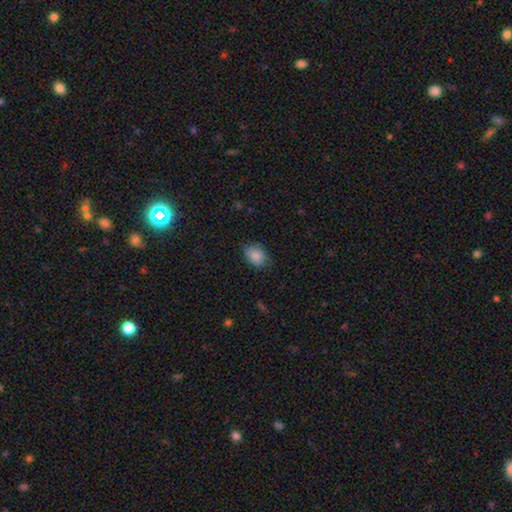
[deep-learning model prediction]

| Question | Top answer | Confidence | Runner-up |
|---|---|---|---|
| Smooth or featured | smooth | 87% | star or artifact (8%) |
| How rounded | in between | 65% | round (34%) |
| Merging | none | 79% | minor disturbance (16%) |